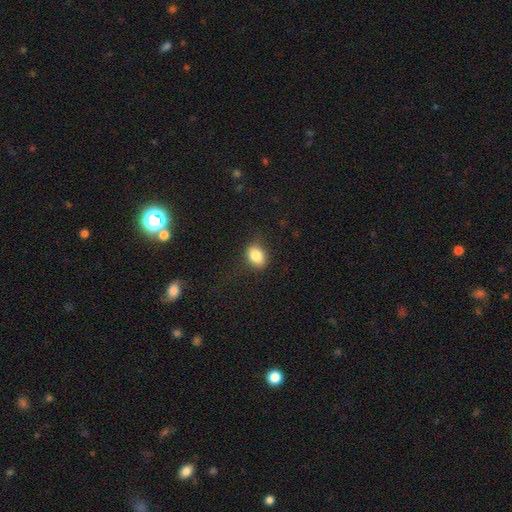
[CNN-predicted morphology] Smooth or featured: smooth — 84% (star or artifact — 9%)
How rounded: in between — 69% (round — 30%)
Merging: none — 78% (minor disturbance — 16%)